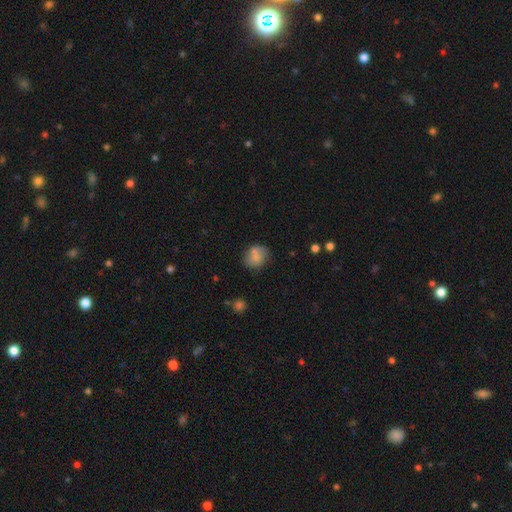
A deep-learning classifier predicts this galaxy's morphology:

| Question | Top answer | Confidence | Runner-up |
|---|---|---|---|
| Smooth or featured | smooth | 73% | featured or disk (17%) |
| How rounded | round | 58% | in between (41%) |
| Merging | none | 54% | minor disturbance (20%) |